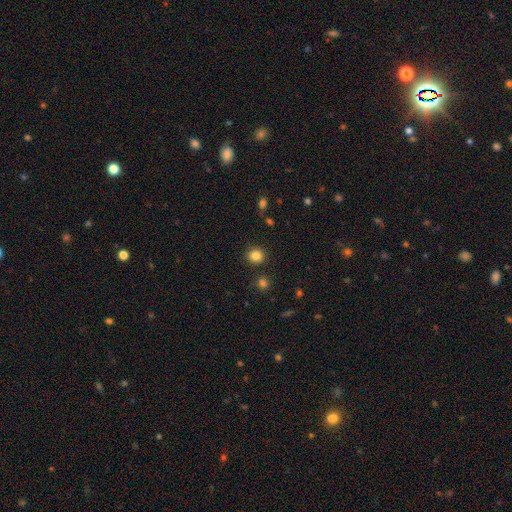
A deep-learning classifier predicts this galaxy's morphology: Overall: smooth (84%). How rounded: round (87%). Merging: none (89%).